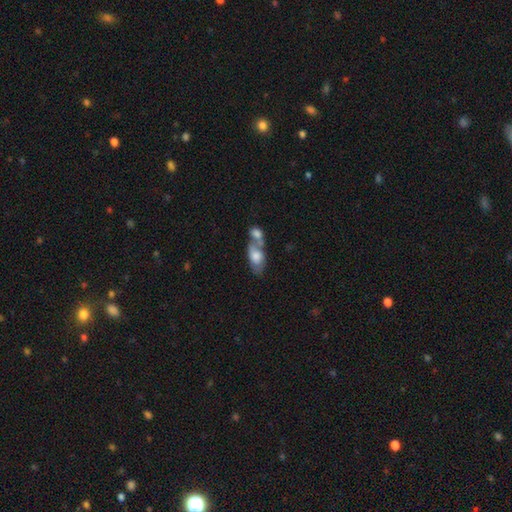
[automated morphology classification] Overall: smooth (65%; featured or disk 28%). How rounded: in between (85%). Merging: merger (63%).